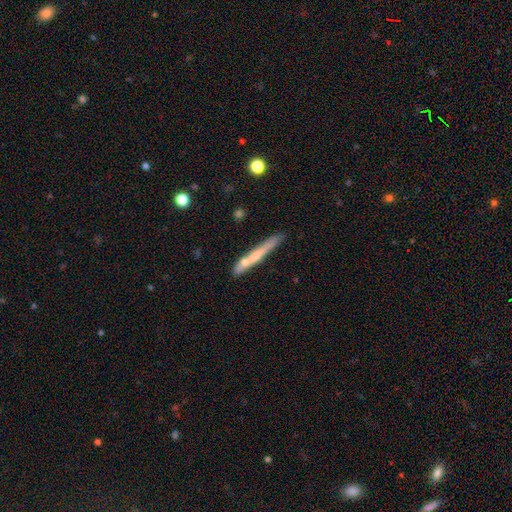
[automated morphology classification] This appears to be a smooth galaxy with no disk features (49%). Merging: none (65%).